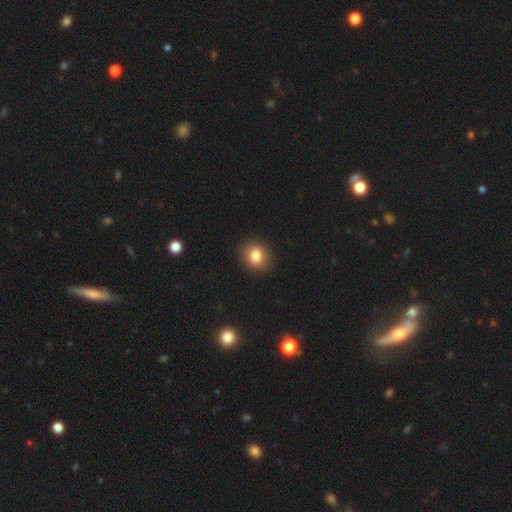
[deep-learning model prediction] Overall: smooth (83%). How rounded: round (66%; in between 33%). Merging: none (89%).